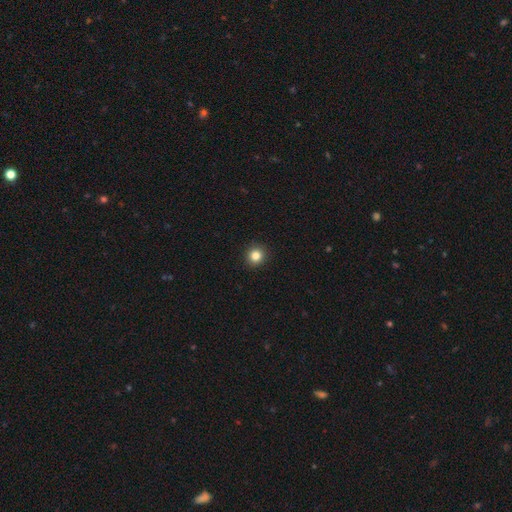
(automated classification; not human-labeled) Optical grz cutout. It shows a smooth galaxy with no disk features (84%) that is round (93%). Merging: none (93%).